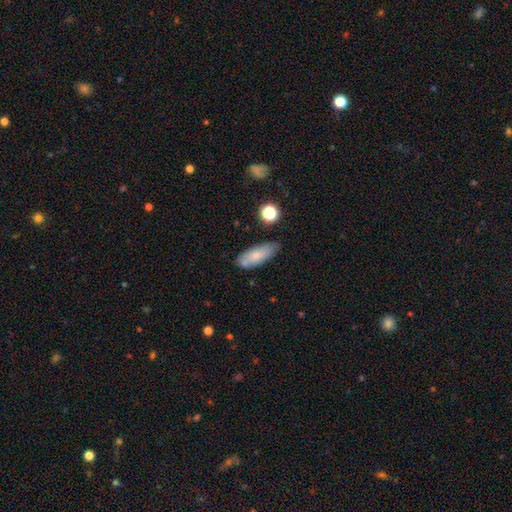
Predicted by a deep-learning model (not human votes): A smooth galaxy with no disk features (74%) that is in between round and cigar-shaped (71%).

Vote fractions:
- Smooth or featured? smooth: 74% / featured or disk: 19% / star or artifact: 8%
- How rounded? in between: 71% / cigar-shaped: 26% / round: 3%
- Merging? none: 70% / minor disturbance: 20% / merger: 5% / major disturbance: 4%